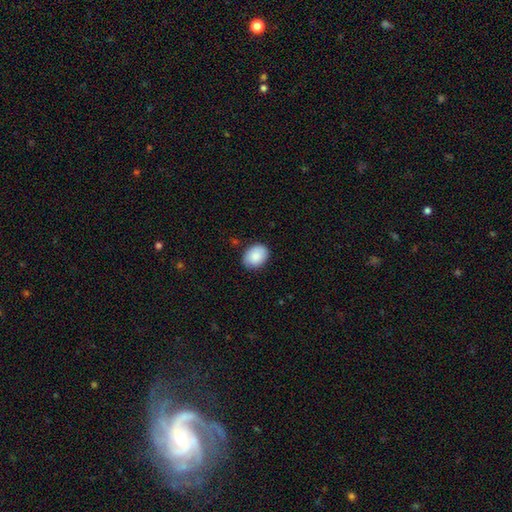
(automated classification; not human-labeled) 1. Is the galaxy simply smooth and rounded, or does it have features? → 87% smooth, 7% star or artifact, 6% featured or disk.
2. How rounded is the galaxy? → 66% in between, 33% round, 1% cigar-shaped.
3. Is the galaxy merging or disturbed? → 84% none, 12% minor disturbance, 2% major disturbance, 1% merger.